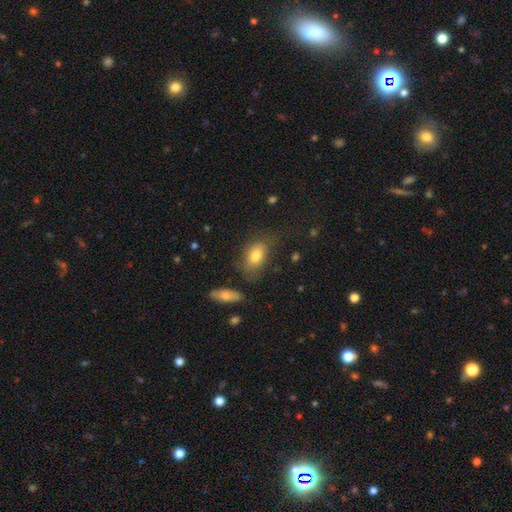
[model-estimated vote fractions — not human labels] The model was most divided on "merging": none: 62%, minor disturbance: 22%, major disturbance: 11%, merger: 5%. More confident: how rounded — in between (84%); smooth or featured — smooth (78%).